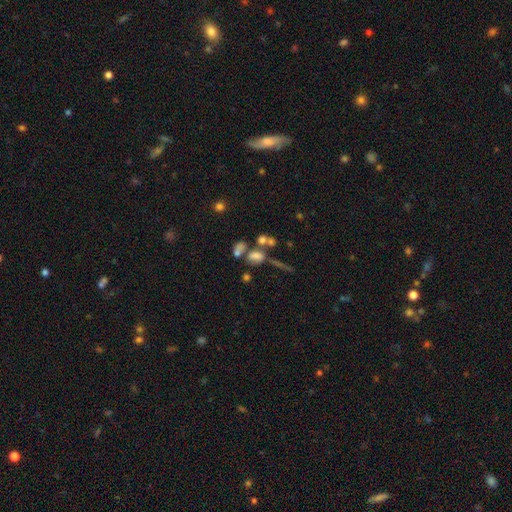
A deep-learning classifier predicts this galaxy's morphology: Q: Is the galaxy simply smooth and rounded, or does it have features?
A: smooth — 58%.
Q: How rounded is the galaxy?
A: in between — 72%.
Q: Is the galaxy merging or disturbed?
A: merger — 44%.